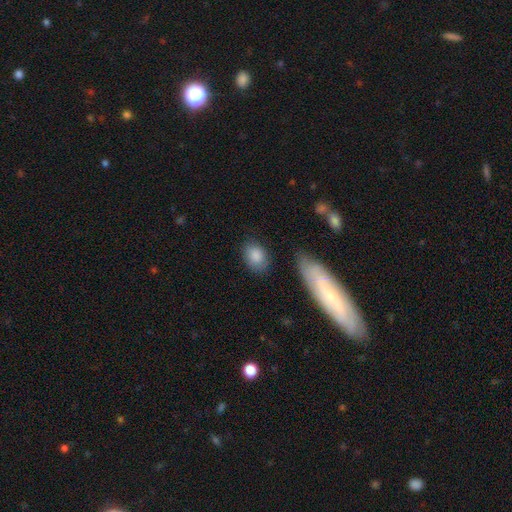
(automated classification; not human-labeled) smooth_or_featured: smooth (p=0.86) [alt: featured or disk p=0.07]
how_rounded: in between (p=0.72) [alt: round p=0.26]
merging: none (p=0.76) [alt: minor disturbance p=0.15]